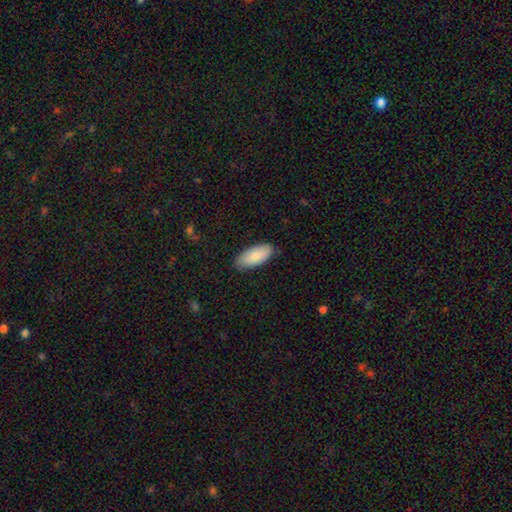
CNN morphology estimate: smooth-or-featured: smooth: 88% | featured or disk: 7% | star or artifact: 5%
  how-rounded: in between: 90% | cigar-shaped: 8% | round: 2%
  merging: none: 84% | minor disturbance: 13% | major disturbance: 2% | merger: 1%